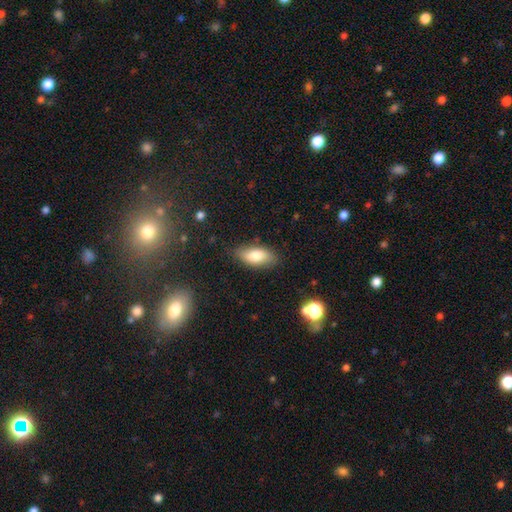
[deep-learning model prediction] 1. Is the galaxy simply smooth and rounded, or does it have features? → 79% smooth, 14% featured or disk, 7% star or artifact.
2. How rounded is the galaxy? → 86% in between, 11% cigar-shaped, 3% round.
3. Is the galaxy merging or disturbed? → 81% none, 15% minor disturbance, 3% major disturbance, 2% merger.